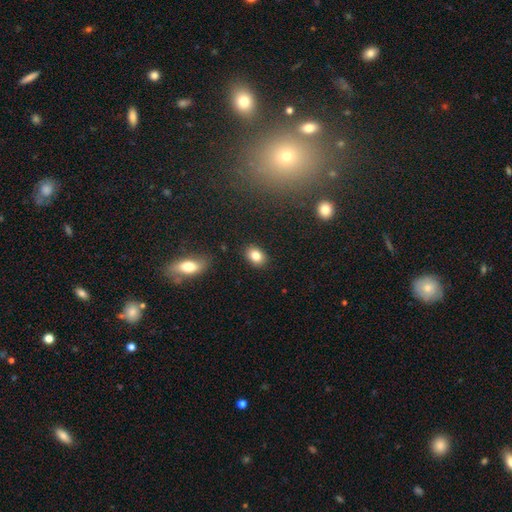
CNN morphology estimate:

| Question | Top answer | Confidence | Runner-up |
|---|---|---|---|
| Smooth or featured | smooth | 83% | star or artifact (9%) |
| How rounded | in between | 74% | round (25%) |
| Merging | none | 88% | minor disturbance (8%) |